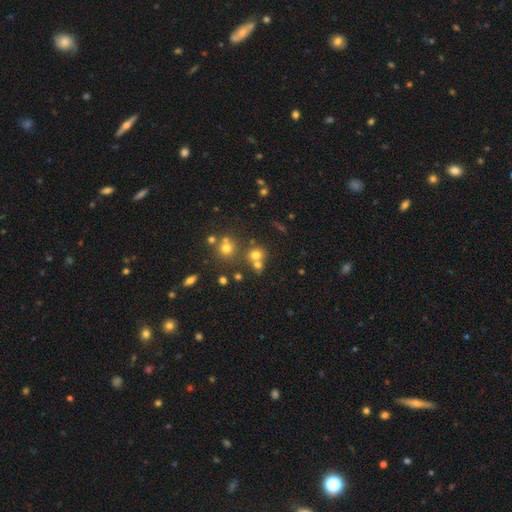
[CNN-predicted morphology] Smooth or featured: smooth — 66% (star or artifact — 21%)
How rounded: round — 80% (in between — 19%)
Merging: none — 53% (merger — 35%)